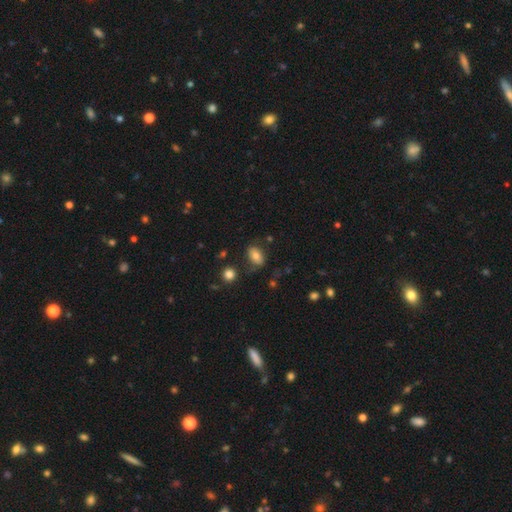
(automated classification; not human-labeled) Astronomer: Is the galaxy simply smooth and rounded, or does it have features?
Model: smooth — 76%.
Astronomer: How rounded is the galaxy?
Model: in between — 85%.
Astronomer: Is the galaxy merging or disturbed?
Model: none — 73%.